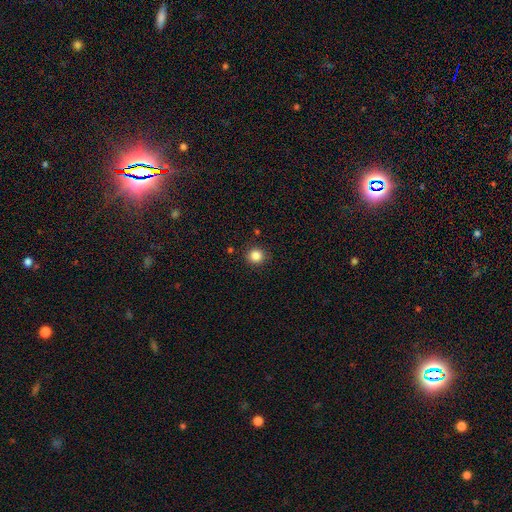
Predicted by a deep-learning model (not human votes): Morphology: type=smooth (85%); roundness=round (92%); merging=none (90%).